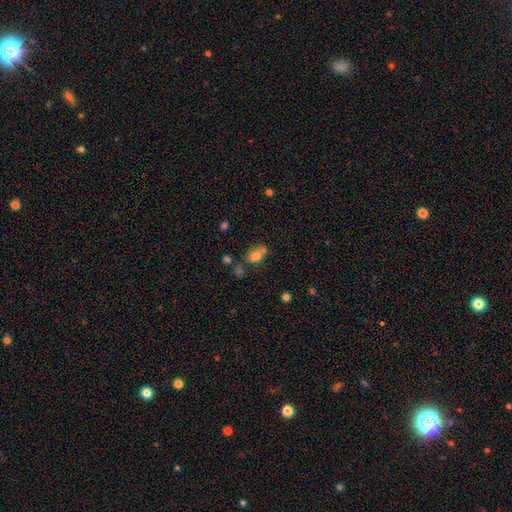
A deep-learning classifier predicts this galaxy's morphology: smooth-or-featured: smooth: 76% | star or artifact: 14% | featured or disk: 11%
  how-rounded: in between: 69% | round: 29% | cigar-shaped: 2%
  merging: none: 39% | merger: 33% | minor disturbance: 18% | major disturbance: 10%